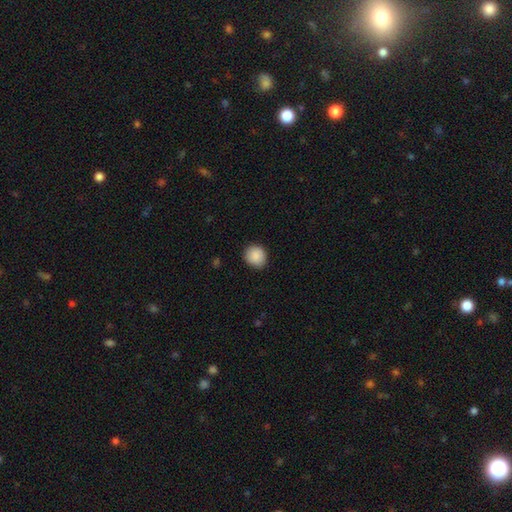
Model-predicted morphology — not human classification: Smooth or featured?
  - smooth: 89% *
  - star or artifact: 8%
  - featured or disk: 3%
How rounded?
  - round: 85% *
  - in between: 15%
  - cigar-shaped: 1%
Merging?
  - none: 86% *
  - minor disturbance: 10%
  - major disturbance: 2%
  - merger: 1%